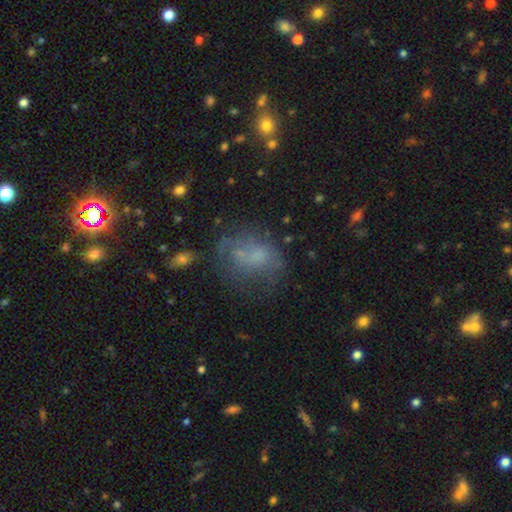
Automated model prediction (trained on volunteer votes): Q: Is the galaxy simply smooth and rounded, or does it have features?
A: smooth — 52%.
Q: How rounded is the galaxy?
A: in between — 67%.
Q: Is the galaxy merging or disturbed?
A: none — 40%.